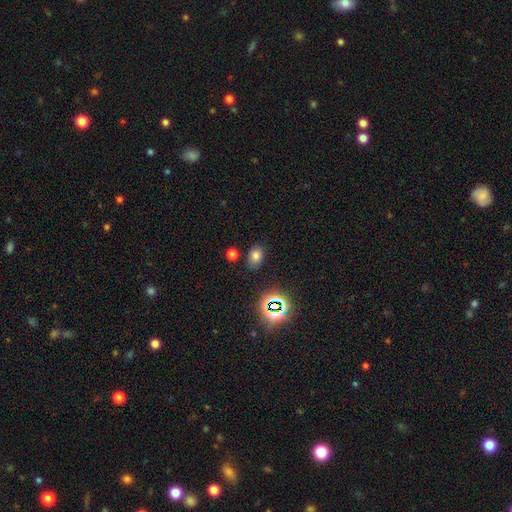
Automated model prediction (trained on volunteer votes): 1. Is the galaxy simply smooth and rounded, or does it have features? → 71% smooth, 21% star or artifact, 9% featured or disk.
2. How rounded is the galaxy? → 74% in between, 25% round, 1% cigar-shaped.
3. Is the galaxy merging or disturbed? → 81% none, 12% minor disturbance, 4% merger, 3% major disturbance.